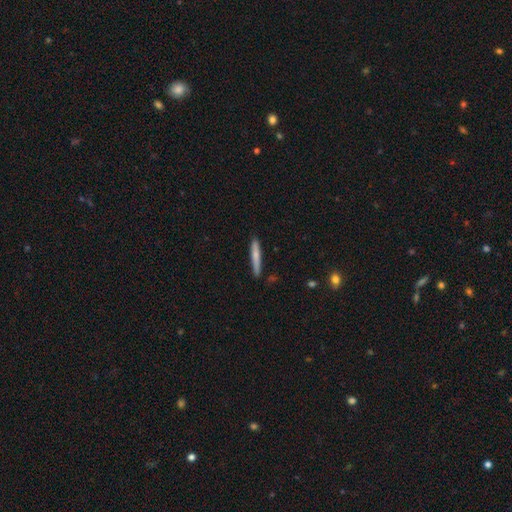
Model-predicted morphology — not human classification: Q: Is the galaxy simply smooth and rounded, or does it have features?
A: smooth — 69%.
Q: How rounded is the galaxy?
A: cigar-shaped — 94%.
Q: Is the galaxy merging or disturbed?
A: none — 85%.